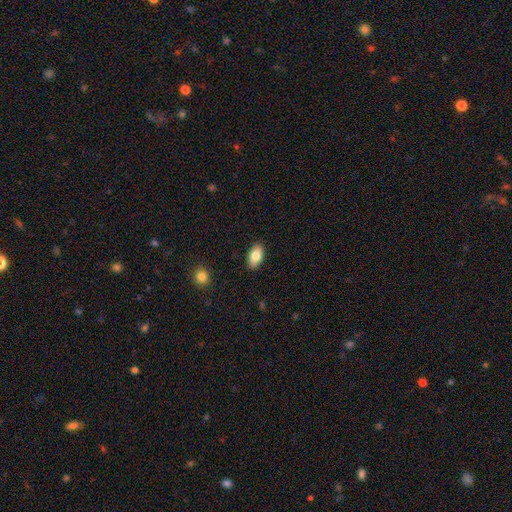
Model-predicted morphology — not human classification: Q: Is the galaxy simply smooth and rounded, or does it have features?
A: smooth — 82%.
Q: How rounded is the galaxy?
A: in between — 93%.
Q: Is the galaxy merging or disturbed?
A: none — 88%.